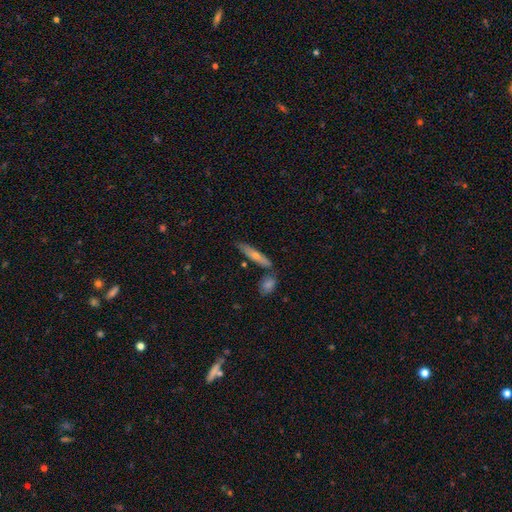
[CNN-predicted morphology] Q: Smooth or featured?
A: smooth (46%); tied with: featured or disk (46%)
Q: Merging?
A: none (75%); runner-up: merger (12%)